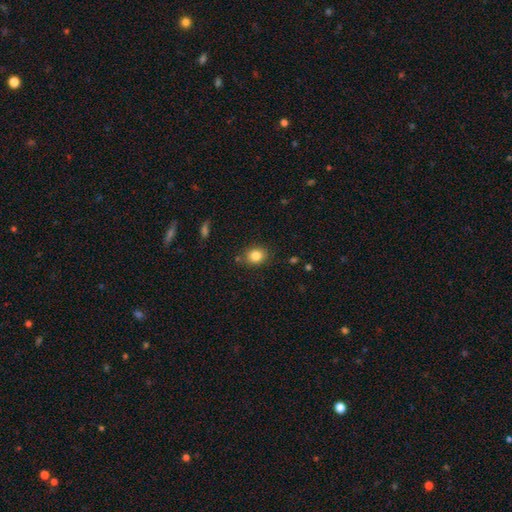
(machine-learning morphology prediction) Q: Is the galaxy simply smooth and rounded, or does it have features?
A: smooth — 83%.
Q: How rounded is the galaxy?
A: round — 60%.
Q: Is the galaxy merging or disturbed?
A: none — 81%.